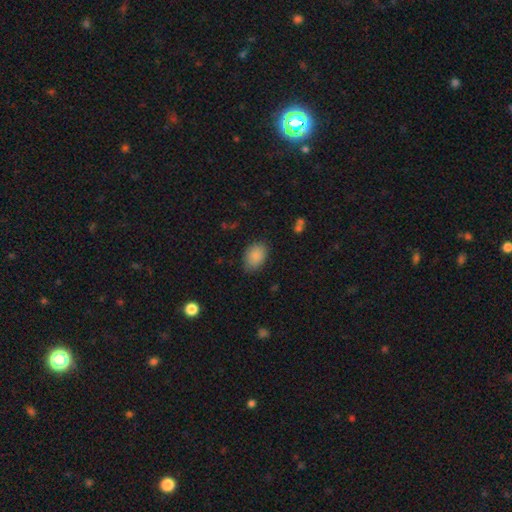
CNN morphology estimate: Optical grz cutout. It shows a smooth galaxy with no disk features (86%) that is in between round and cigar-shaped (81%). Merging: none (80%).